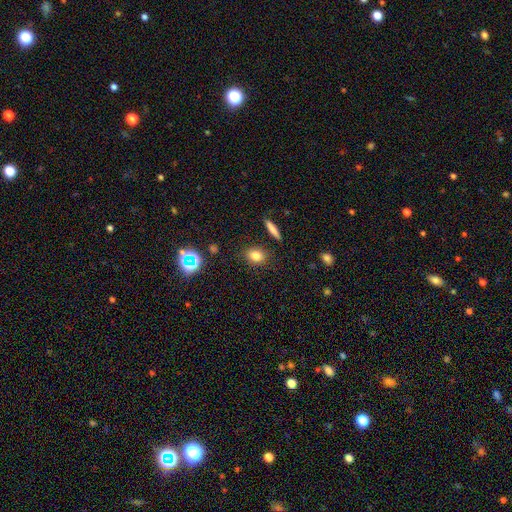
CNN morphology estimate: smooth_or_featured: smooth (p=0.78) [alt: star or artifact p=0.13]
how_rounded: round (p=0.51) [alt: in between p=0.46]
merging: none (p=0.86) [alt: minor disturbance p=0.09]